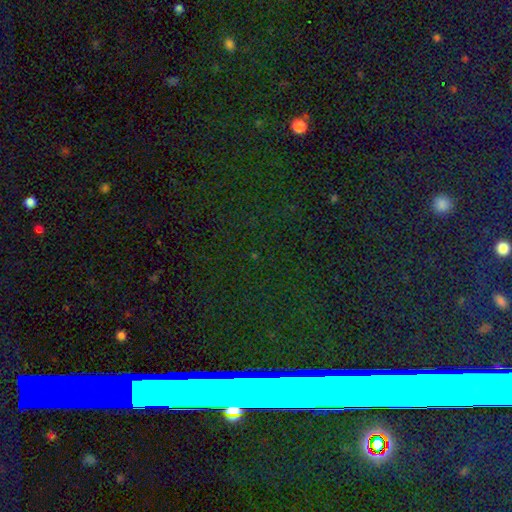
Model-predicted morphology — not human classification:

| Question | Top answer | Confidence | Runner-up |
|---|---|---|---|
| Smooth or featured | star or artifact | 70% | featured or disk (16%) |